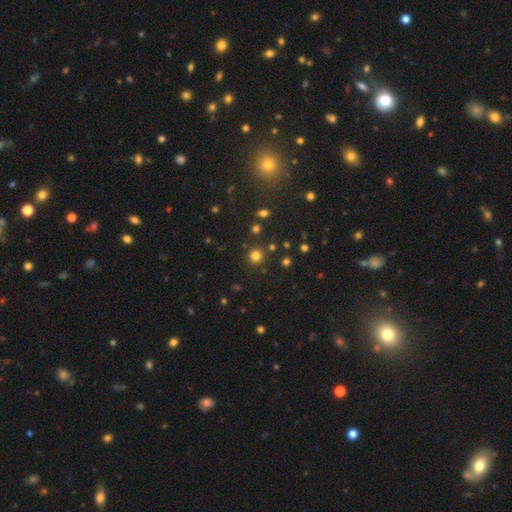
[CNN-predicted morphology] Smooth or featured: smooth — 77% (star or artifact — 17%)
How rounded: round — 94% (in between — 5%)
Merging: none — 89% (minor disturbance — 6%)